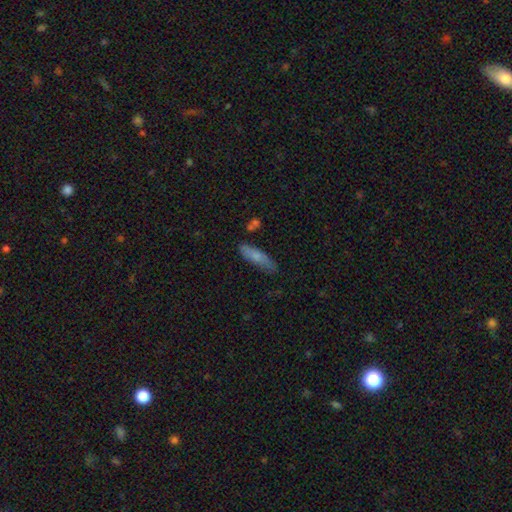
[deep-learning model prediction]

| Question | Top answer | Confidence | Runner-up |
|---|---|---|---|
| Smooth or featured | smooth | 74% | featured or disk (20%) |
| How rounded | cigar-shaped | 64% | in between (34%) |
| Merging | none | 73% | minor disturbance (19%) |